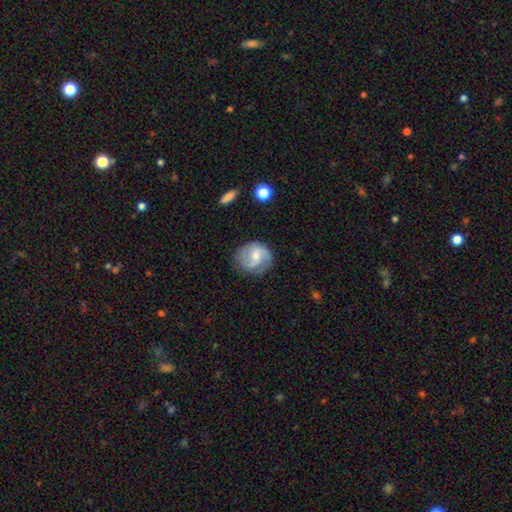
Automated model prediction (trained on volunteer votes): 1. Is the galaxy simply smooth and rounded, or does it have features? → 72% featured or disk, 22% smooth, 6% star or artifact.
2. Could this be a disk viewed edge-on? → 98% no, 2% yes.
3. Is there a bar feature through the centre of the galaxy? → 49% no, 42% weak, 9% strong.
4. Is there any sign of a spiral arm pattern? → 93% yes, 7% no.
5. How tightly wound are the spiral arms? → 48% medium, 28% loose, 24% tight.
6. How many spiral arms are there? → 76% 2, 9% can't tell, 6% 1, 6% 3, 2% 4, 2% more than 4.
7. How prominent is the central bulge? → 52% small, 42% moderate, 3% none, 2% large, 1% dominant.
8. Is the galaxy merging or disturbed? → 74% none, 18% minor disturbance, 7% major disturbance, 2% merger.